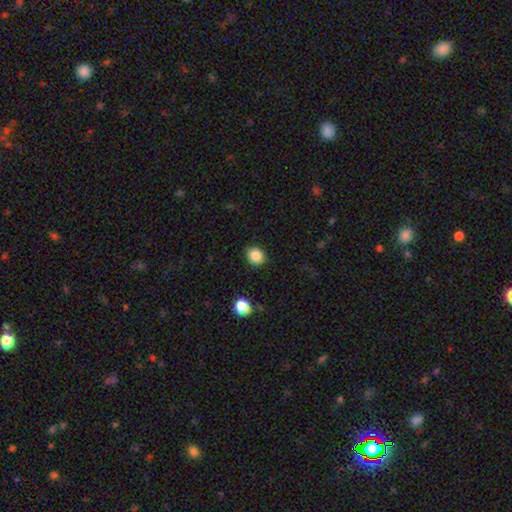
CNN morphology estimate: Smooth or featured? Predicted: smooth (p=0.86). How rounded? Predicted: round (p=0.73). Merging? Predicted: none (p=0.89).